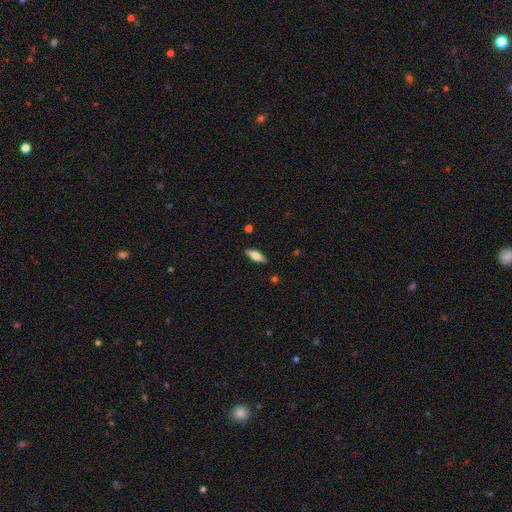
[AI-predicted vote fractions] This appears to be a smooth galaxy with no disk features (72%) that is in between round and cigar-shaped (66%). Merging: none (86%).